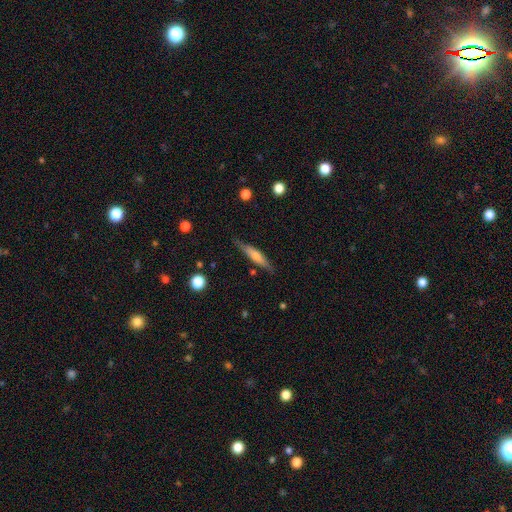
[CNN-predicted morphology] smooth_or_featured: smooth (p=0.53) [alt: featured or disk p=0.41]
how_rounded: cigar-shaped (p=0.85) [alt: in between p=0.13]
merging: none (p=0.78) [alt: minor disturbance p=0.17]